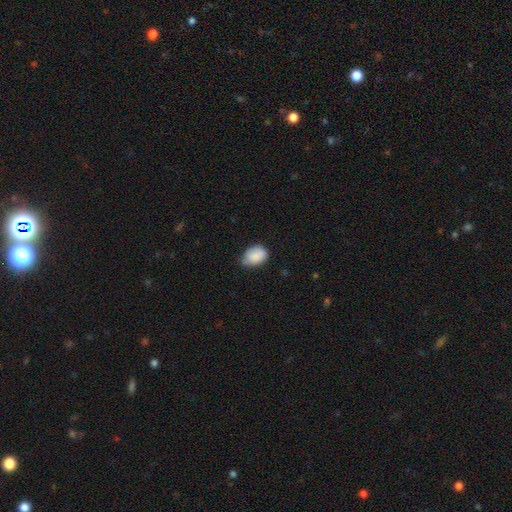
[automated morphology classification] smooth-or-featured: smooth: 86% | featured or disk: 7% | star or artifact: 7%
  how-rounded: in between: 79% | round: 20% | cigar-shaped: 1%
  merging: none: 59% | minor disturbance: 35% | major disturbance: 5% | merger: 1%